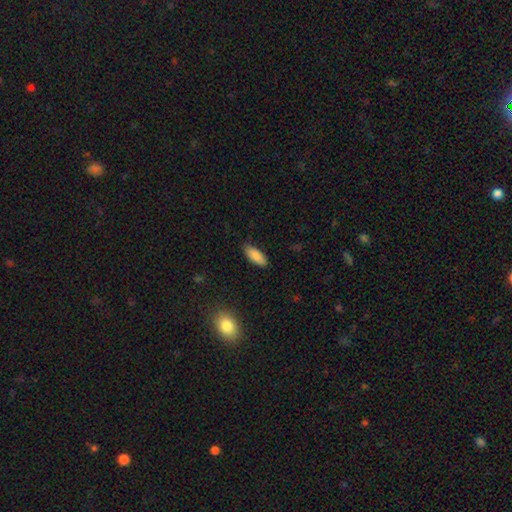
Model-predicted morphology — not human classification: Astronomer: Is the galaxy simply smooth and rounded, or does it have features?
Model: smooth — 86%.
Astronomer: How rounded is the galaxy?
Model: in between — 76%.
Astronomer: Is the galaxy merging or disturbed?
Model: none — 85%.